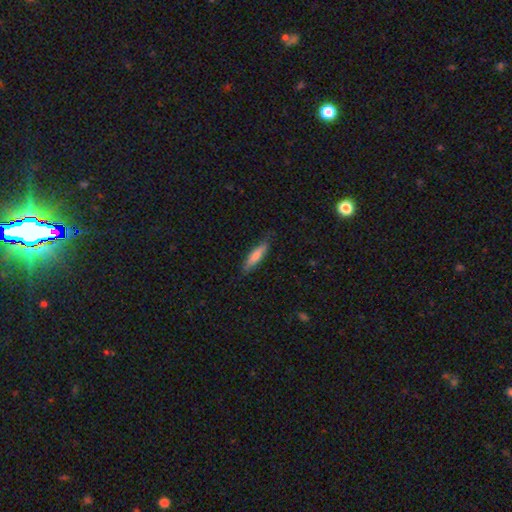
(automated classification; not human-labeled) smooth 78%, featured or disk 16%, star or artifact 5%. Down the decision tree: how rounded — cigar-shaped (76%); merging — none (81%).